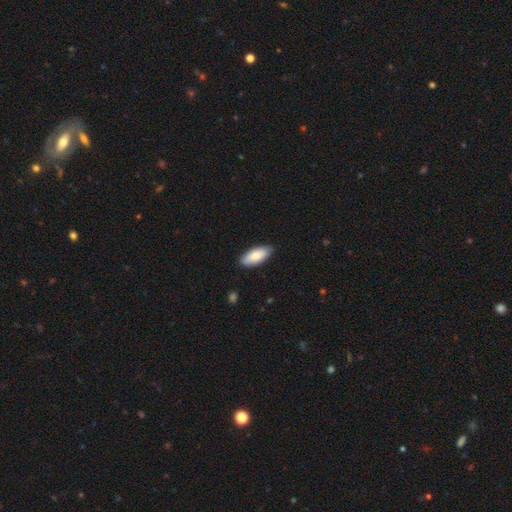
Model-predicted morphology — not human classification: Smooth or featured? smooth (83%)
How rounded? in between (87%)
Merging? none (86%)